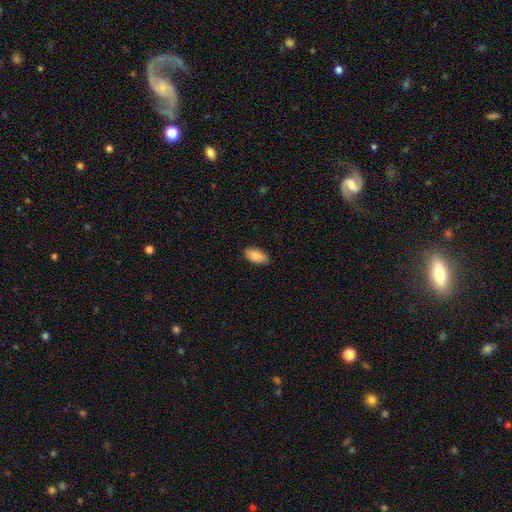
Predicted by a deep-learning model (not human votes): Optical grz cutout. It shows a smooth galaxy with no disk features (85%) that is in between round and cigar-shaped (93%). Merging: none (84%).